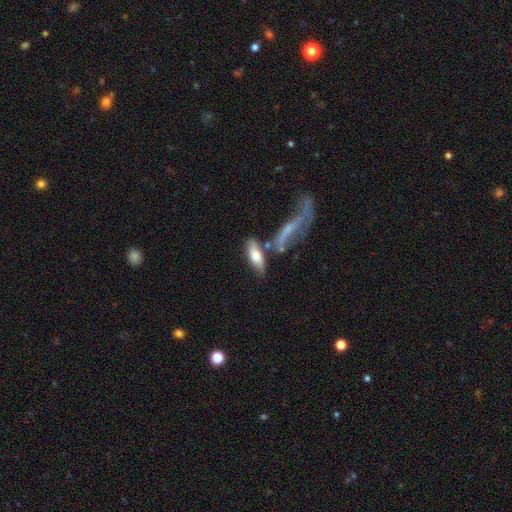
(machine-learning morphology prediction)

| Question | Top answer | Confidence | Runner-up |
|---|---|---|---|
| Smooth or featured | smooth | 69% | featured or disk (25%) |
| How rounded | in between | 67% | cigar-shaped (30%) |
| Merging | none | 50% | merger (26%) |